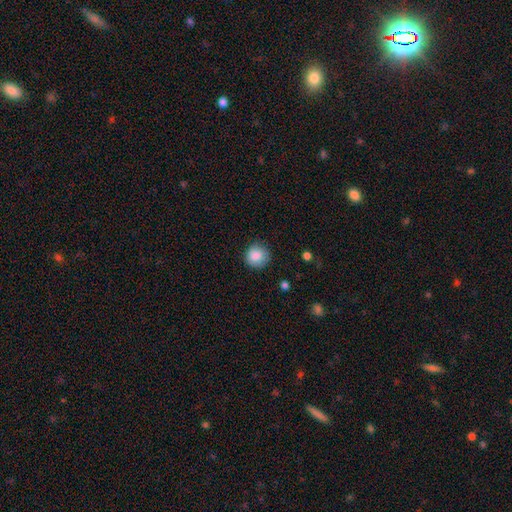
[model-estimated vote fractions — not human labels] Smooth or featured? Predicted: smooth (p=0.86). How rounded? Predicted: round (p=0.91). Merging? Predicted: none (p=0.80).